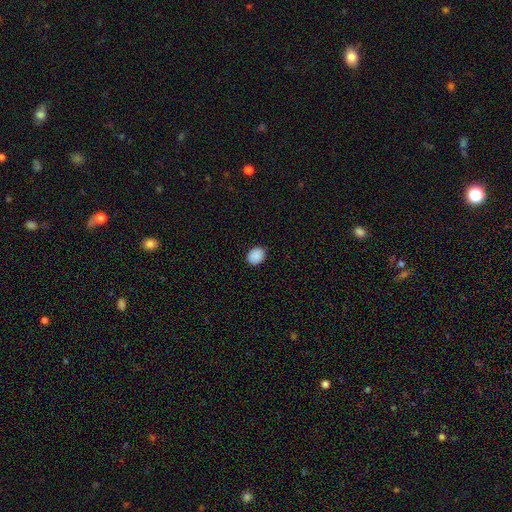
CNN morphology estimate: This appears to be a smooth galaxy with no disk features (90%) that is round (50%). Merging: none (89%).